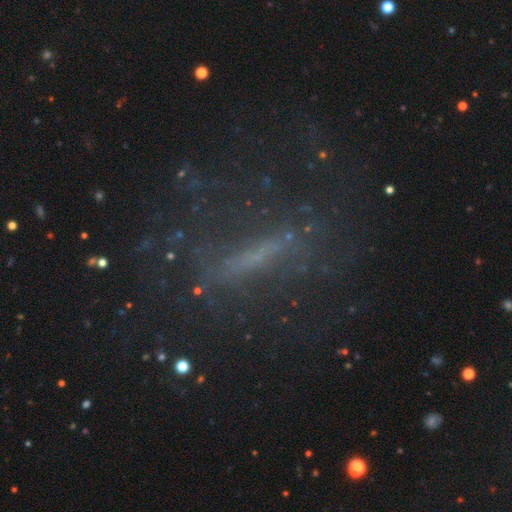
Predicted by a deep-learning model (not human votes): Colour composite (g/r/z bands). It shows a featured or disk galaxy (52%) viewed edge-on (56%). Merging: none (67%).